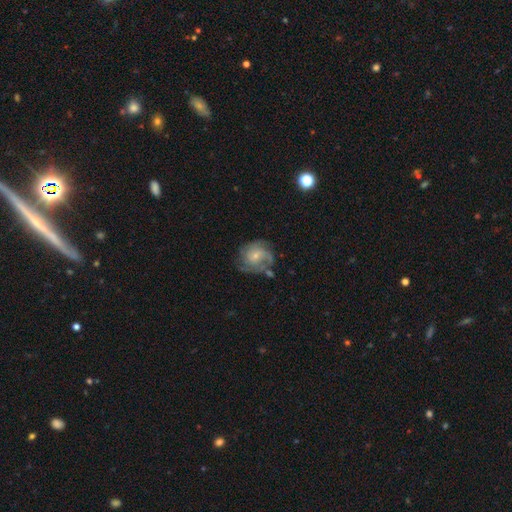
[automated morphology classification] Smooth or featured?
  - featured or disk: 69% *
  - smooth: 24%
  - star or artifact: 7%
Edge-on disk?
  - no: 98% *
  - yes: 2%
Bar?
  - no: 76% *
  - weak: 21%
  - strong: 3%
Spiral arms?
  - yes: 86% *
  - no: 14%
Spiral winding?
  - tight: 50% *
  - medium: 36%
  - loose: 14%
Spiral arm count?
  - can't tell: 35% *
  - 3: 23%
  - 2: 22%
  - 4: 8%
  - 1: 6%
  - more than 4: 5%
Bulge size?
  - small: 68% *
  - moderate: 27%
  - none: 3%
  - large: 2%
  - dominant: 1%
Merging?
  - none: 55% *
  - minor disturbance: 24%
  - major disturbance: 16%
  - merger: 6%